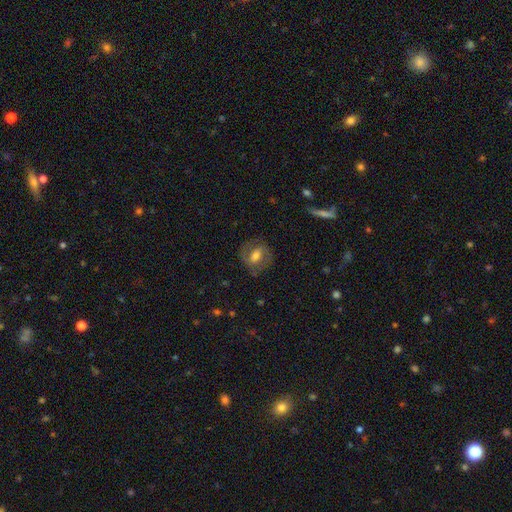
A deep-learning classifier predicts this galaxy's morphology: A featured or disk galaxy (47%). Merging: none (77%).